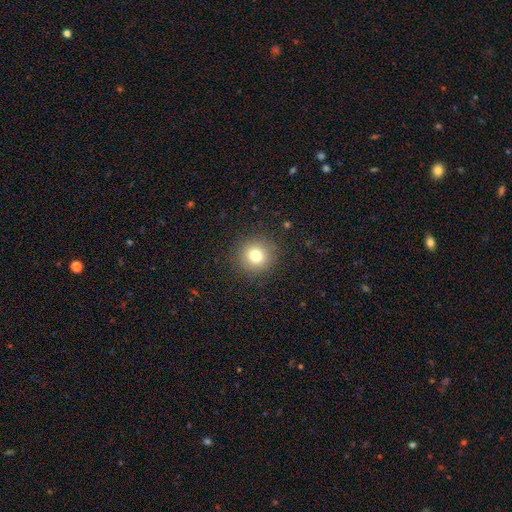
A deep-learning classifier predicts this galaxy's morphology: Smooth or featured? smooth (78%)
How rounded? round (94%)
Merging? none (90%)